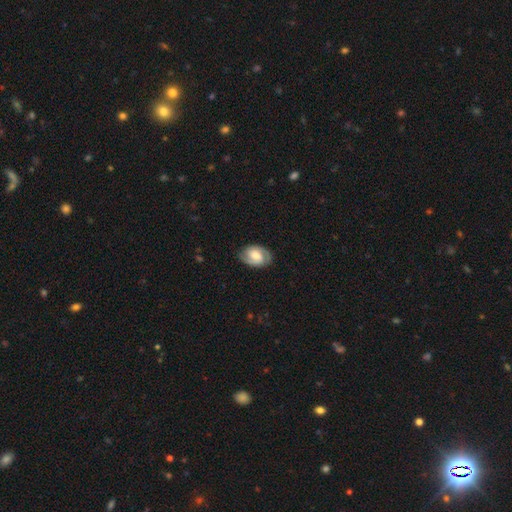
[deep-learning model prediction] This is likely a featured or disk galaxy (60%). It is clearly not viewed edge-on (96%). Bar: marginally weak (44%). Spiral arm pattern: clearly yes (86%). Spiral arm count: clearly 2 (83%). Spiral winding: possibly tight (46%). Central bulge: marginally moderate (40%). Merging: clearly none (80%).